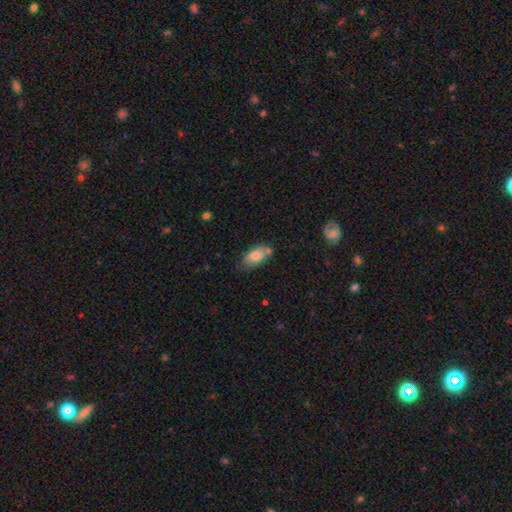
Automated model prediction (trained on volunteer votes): Smooth or featured? smooth (77%)
How rounded? in between (91%)
Merging? none (62%)